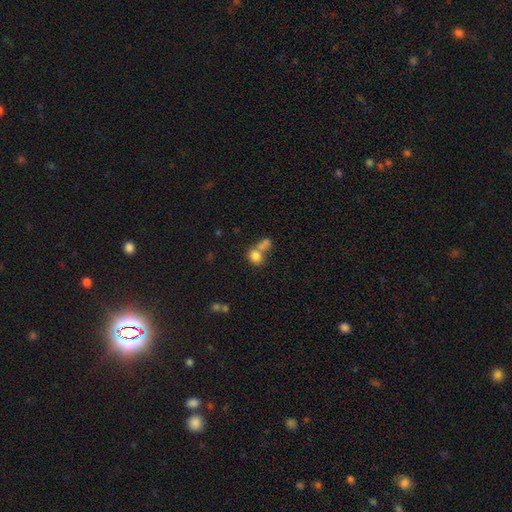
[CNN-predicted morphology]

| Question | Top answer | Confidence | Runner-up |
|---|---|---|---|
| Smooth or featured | smooth | 80% | star or artifact (11%) |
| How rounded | in between | 56% | round (42%) |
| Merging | merger | 52% | none (35%) |